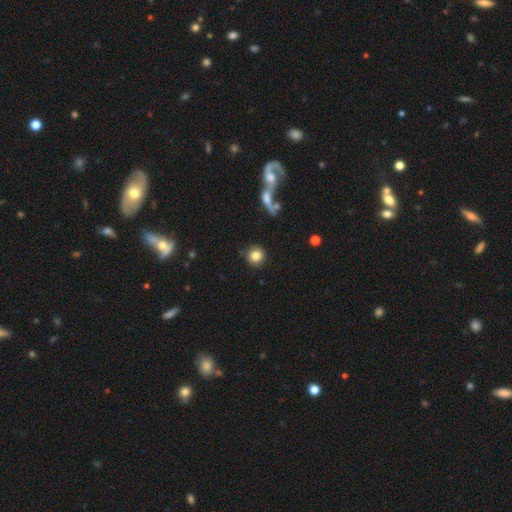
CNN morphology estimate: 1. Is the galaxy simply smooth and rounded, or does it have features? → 84% smooth, 9% star or artifact, 7% featured or disk.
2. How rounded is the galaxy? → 92% round, 7% in between, 1% cigar-shaped.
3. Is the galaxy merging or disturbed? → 85% none, 8% minor disturbance, 4% merger, 4% major disturbance.